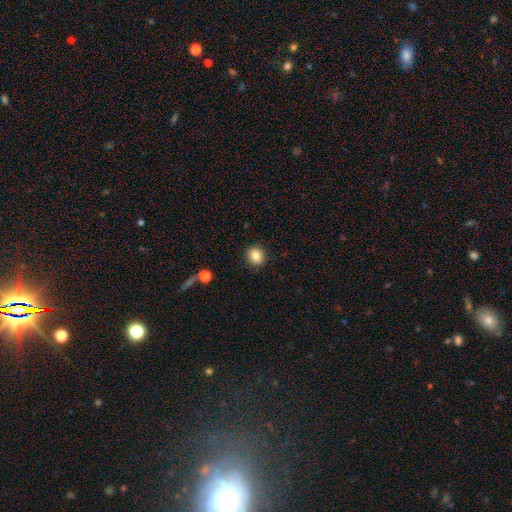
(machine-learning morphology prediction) A smooth galaxy with no disk features (84%) that is round (73%). Merging: none (90%).